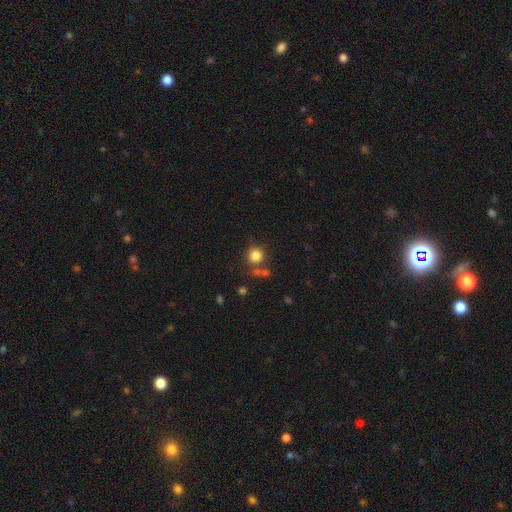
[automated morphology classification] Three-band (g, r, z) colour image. It shows a smooth galaxy with no disk features (82%) that is round (90%). Merging: none (71%).